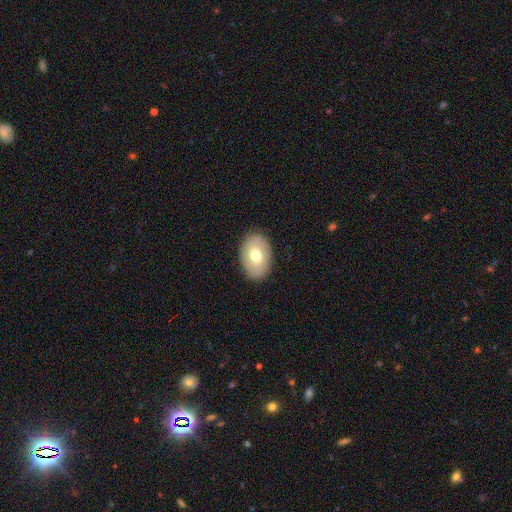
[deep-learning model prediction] Morphology: type=smooth (65%); roundness=in between (83%); merging=none (87%).